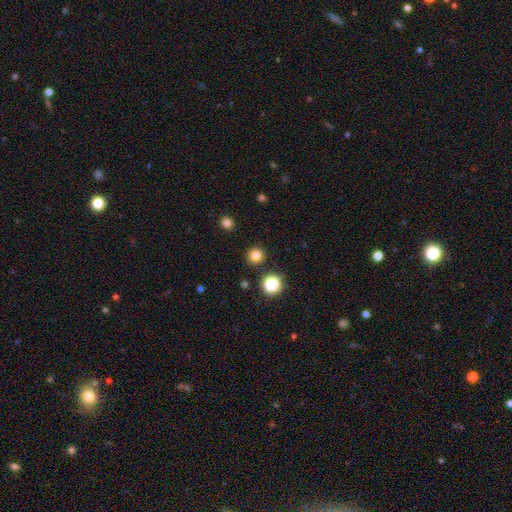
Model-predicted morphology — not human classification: Q: Smooth or featured?
A: smooth (80%); runner-up: star or artifact (15%)
Q: How rounded?
A: round (94%); runner-up: in between (5%)
Q: Merging?
A: none (91%); runner-up: minor disturbance (5%)